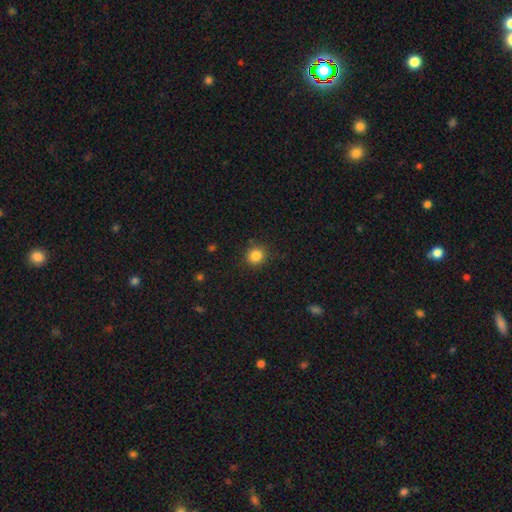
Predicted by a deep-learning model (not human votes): A smooth galaxy with no disk features (85%) that is round (86%).

Vote fractions:
- Smooth or featured? smooth: 85% / star or artifact: 11% / featured or disk: 4%
- How rounded? round: 86% / in between: 13% / cigar-shaped: 1%
- Merging? none: 88% / minor disturbance: 9% / major disturbance: 3% / merger: 1%